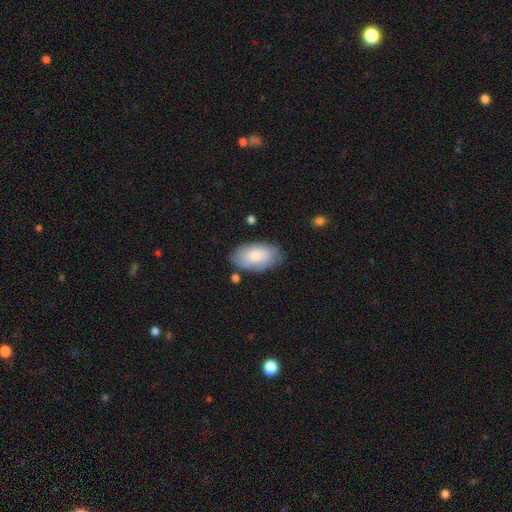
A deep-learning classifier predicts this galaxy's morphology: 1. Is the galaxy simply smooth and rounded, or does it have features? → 72% smooth, 22% featured or disk, 6% star or artifact.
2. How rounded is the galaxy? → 95% in between, 3% round, 2% cigar-shaped.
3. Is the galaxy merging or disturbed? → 74% none, 19% minor disturbance, 4% major disturbance, 3% merger.